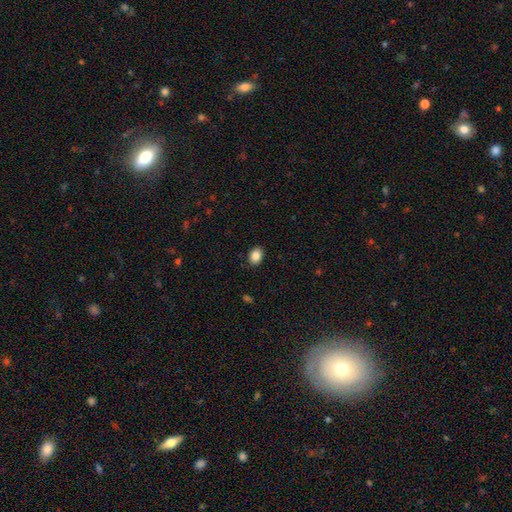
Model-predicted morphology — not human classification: type=smooth (87%); roundness=in between (65%); merging=none (89%).